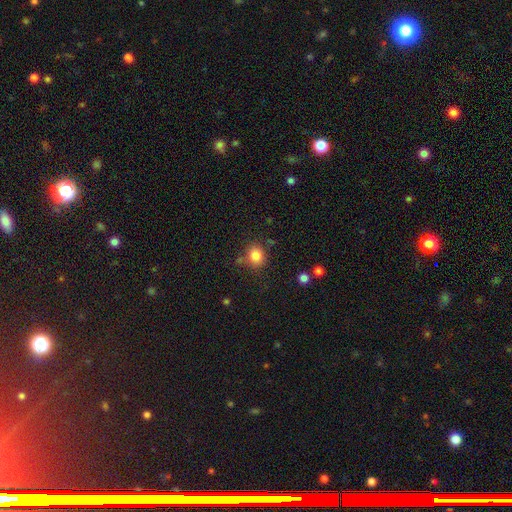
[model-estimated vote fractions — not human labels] Q: Smooth or featured?
A: smooth (82%); runner-up: star or artifact (11%)
Q: How rounded?
A: round (76%); runner-up: in between (23%)
Q: Merging?
A: none (75%); runner-up: minor disturbance (14%)